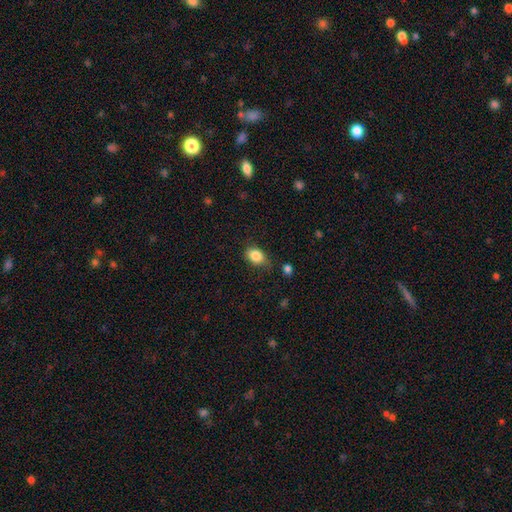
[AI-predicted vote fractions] A smooth galaxy with no disk features (86%) that is in between round and cigar-shaped (74%).

Vote fractions:
- Smooth or featured? smooth: 86% / star or artifact: 8% / featured or disk: 6%
- How rounded? in between: 74% / round: 25% / cigar-shaped: 1%
- Merging? none: 65% / minor disturbance: 26% / major disturbance: 6% / merger: 2%